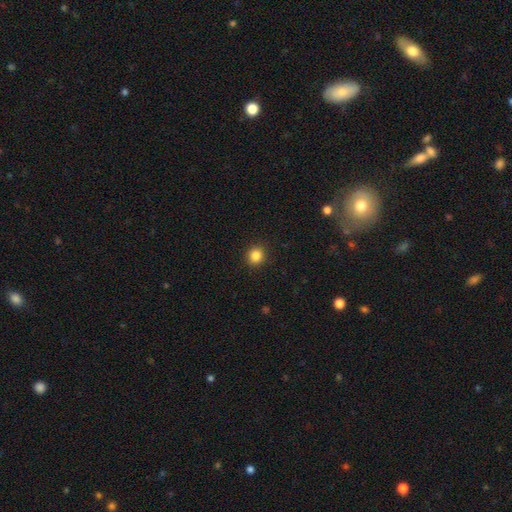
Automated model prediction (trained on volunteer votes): A smooth galaxy with no disk features (85%) that is round (89%). Merging: none (92%).